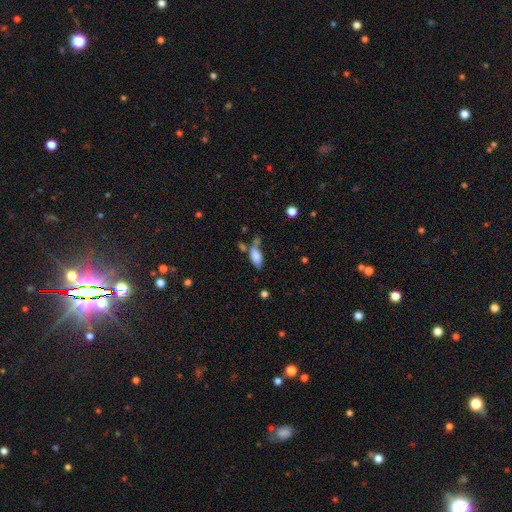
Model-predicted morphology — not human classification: A smooth galaxy with no disk features (81%) that is in between round and cigar-shaped (89%).

Vote fractions:
- Smooth or featured? smooth: 81% / featured or disk: 11% / star or artifact: 9%
- How rounded? in between: 89% / cigar-shaped: 8% / round: 3%
- Merging? none: 45% / minor disturbance: 23% / merger: 22% / major disturbance: 10%